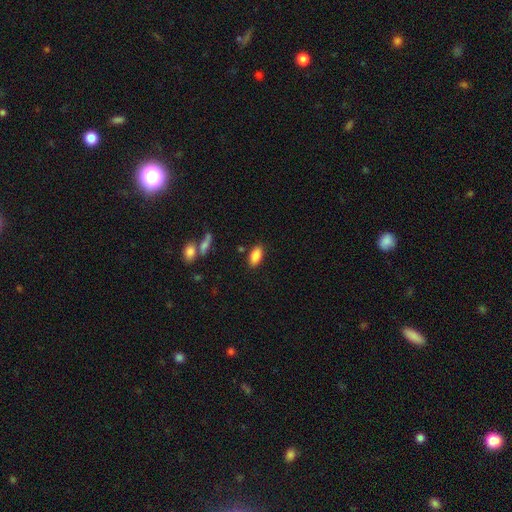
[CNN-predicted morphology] A smooth galaxy with no disk features (87%) that is in between round and cigar-shaped (90%).

Vote fractions:
- Smooth or featured? smooth: 87% / star or artifact: 7% / featured or disk: 5%
- How rounded? in between: 90% / cigar-shaped: 7% / round: 3%
- Merging? none: 84% / minor disturbance: 10% / merger: 3% / major disturbance: 3%